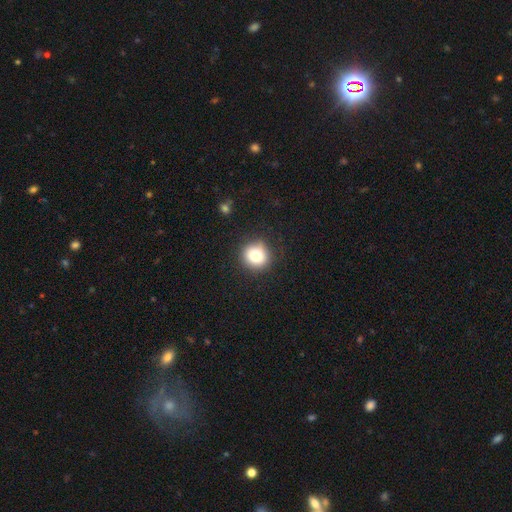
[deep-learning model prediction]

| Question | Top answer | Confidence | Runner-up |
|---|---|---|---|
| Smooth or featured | smooth | 80% | star or artifact (11%) |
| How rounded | round | 93% | in between (6%) |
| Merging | none | 88% | minor disturbance (9%) |